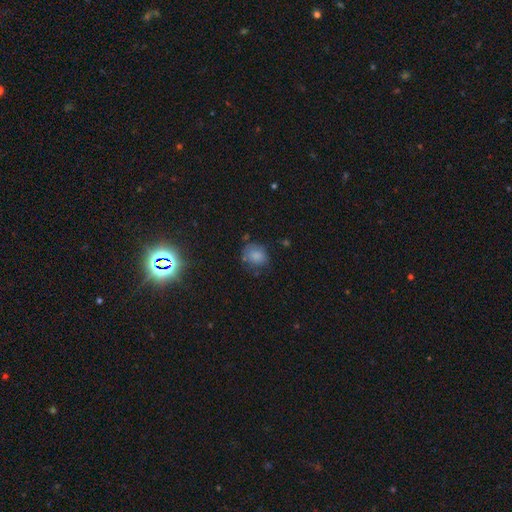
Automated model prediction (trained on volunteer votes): Morphology: type=smooth (78%); roundness=round (64%); merging=none (62%).